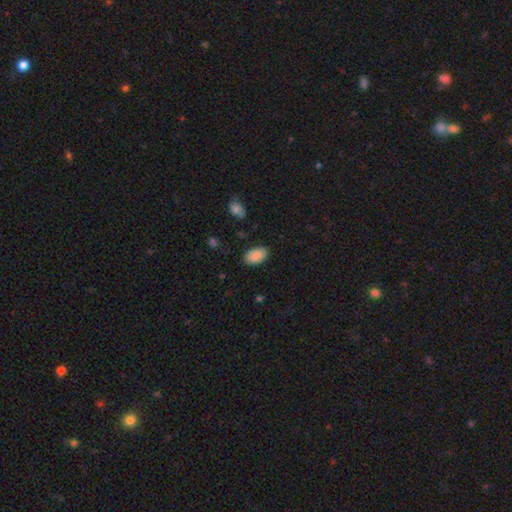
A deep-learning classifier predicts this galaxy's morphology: A smooth galaxy with no disk features (90%) that is in between round and cigar-shaped (94%).

Vote fractions:
- Smooth or featured? smooth: 90% / star or artifact: 7% / featured or disk: 4%
- How rounded? in between: 94% / round: 4% / cigar-shaped: 1%
- Merging? none: 87% / minor disturbance: 10% / major disturbance: 3% / merger: 1%